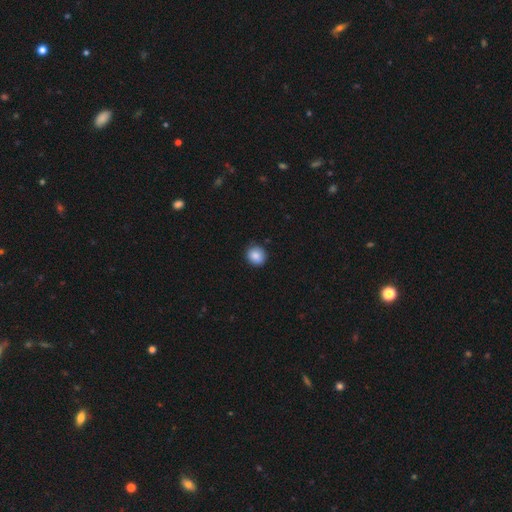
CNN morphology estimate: Overall: smooth (87%). How rounded: round (81%). Merging: none (85%).